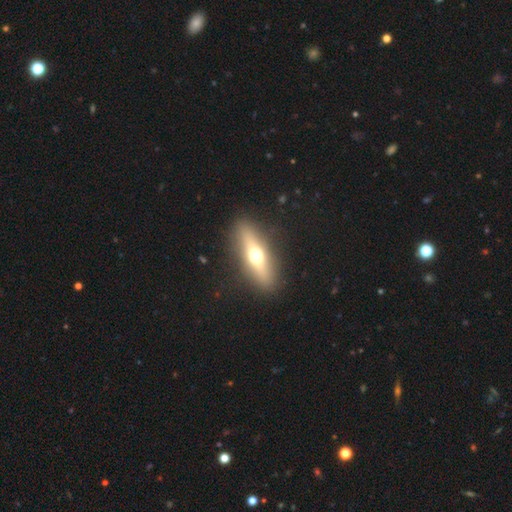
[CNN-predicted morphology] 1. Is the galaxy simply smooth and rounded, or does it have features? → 48% featured or disk, 45% smooth, 7% star or artifact.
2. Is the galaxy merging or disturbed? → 89% none, 8% minor disturbance, 3% major disturbance, 1% merger.